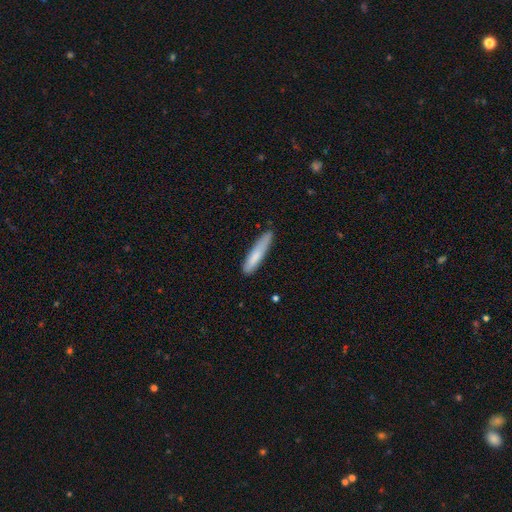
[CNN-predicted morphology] Q: Smooth or featured?
A: smooth (78%); runner-up: featured or disk (16%)
Q: How rounded?
A: cigar-shaped (89%); runner-up: in between (9%)
Q: Merging?
A: none (78%); runner-up: minor disturbance (17%)